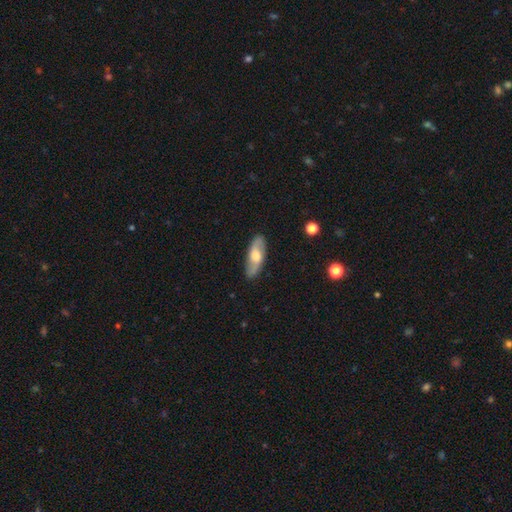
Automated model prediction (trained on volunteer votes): This appears to be a featured or disk galaxy (54%). Merging: none (86%).